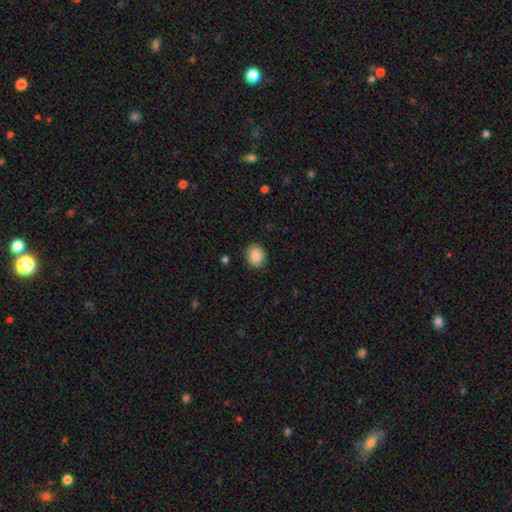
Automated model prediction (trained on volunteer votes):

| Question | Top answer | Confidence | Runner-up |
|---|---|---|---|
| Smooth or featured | smooth | 87% | star or artifact (8%) |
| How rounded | round | 53% | in between (46%) |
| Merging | none | 85% | minor disturbance (11%) |